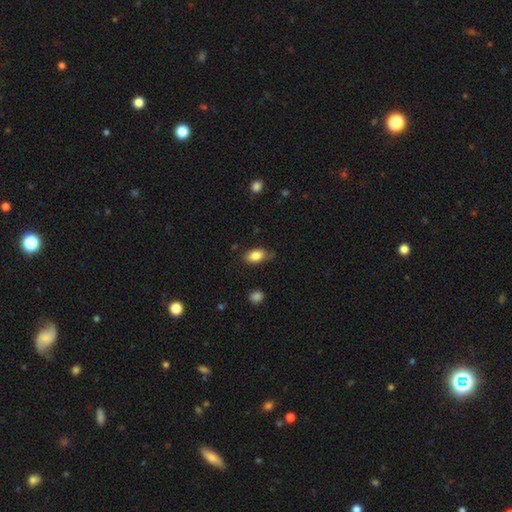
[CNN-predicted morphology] Q: Smooth or featured?
A: smooth (85%); runner-up: featured or disk (8%)
Q: How rounded?
A: in between (91%); runner-up: round (6%)
Q: Merging?
A: none (70%); runner-up: minor disturbance (23%)